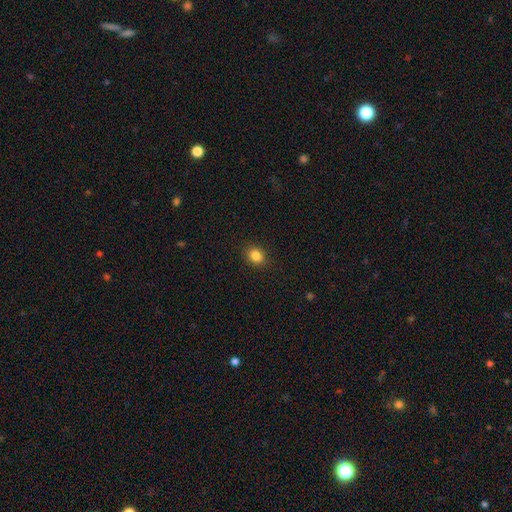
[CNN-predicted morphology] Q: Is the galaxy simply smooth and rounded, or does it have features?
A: smooth — 85%.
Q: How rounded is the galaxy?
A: round — 63%.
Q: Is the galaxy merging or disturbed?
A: none — 90%.